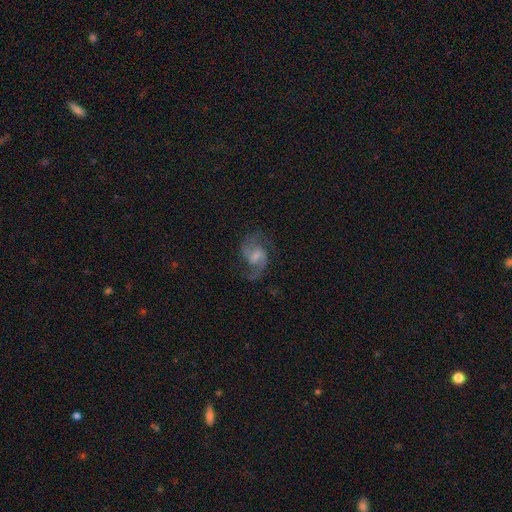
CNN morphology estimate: smooth_or_featured: featured or disk (p=0.85) [alt: smooth p=0.09]
disk_edge_on: no (p=0.98) [alt: yes p=0.02]
bar: weak (p=0.57) [alt: no p=0.28]
has_spiral_arms: yes (p=0.96) [alt: no p=0.04]
spiral_winding: medium (p=0.50) [alt: loose p=0.40]
spiral_arm_count: 2 (p=0.89) [alt: can't tell p=0.03]
bulge_size: small (p=0.44) [alt: moderate p=0.28]
merging: none (p=0.68) [alt: minor disturbance p=0.17]